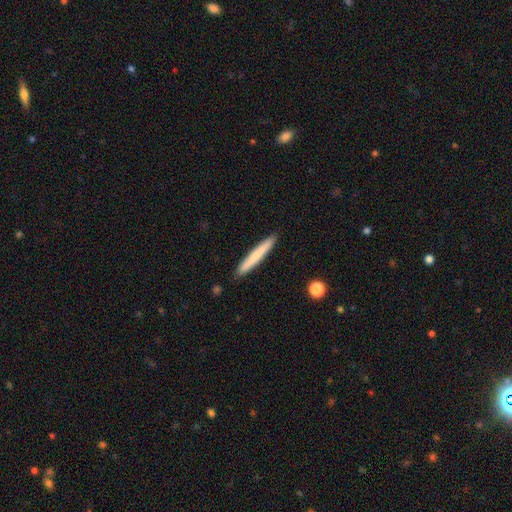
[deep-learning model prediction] This appears to be a smooth galaxy with no disk features (72%) that is cigar-shaped (96%). Merging: none (90%).